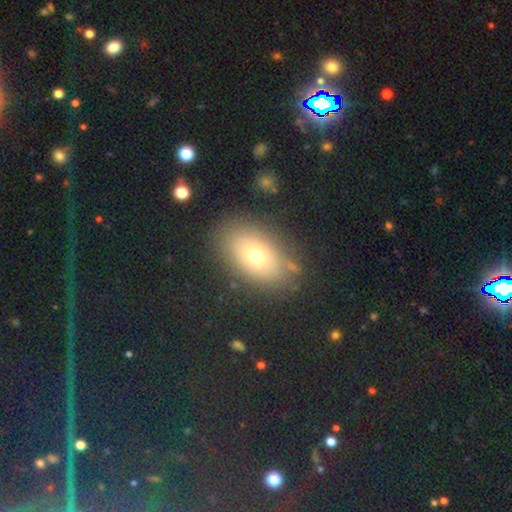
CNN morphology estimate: smooth_or_featured: smooth (p=0.67) [alt: featured or disk p=0.20]
how_rounded: in between (p=0.86) [alt: round p=0.12]
merging: none (p=0.81) [alt: minor disturbance p=0.12]